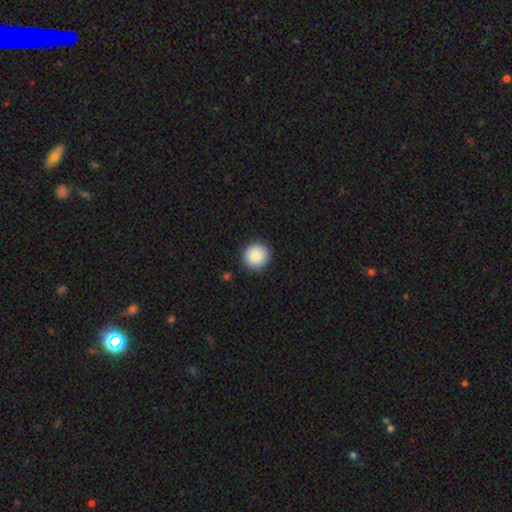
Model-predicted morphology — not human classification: Smooth or featured? Predicted: smooth (p=0.88). How rounded? Predicted: round (p=0.95). Merging? Predicted: none (p=0.90).